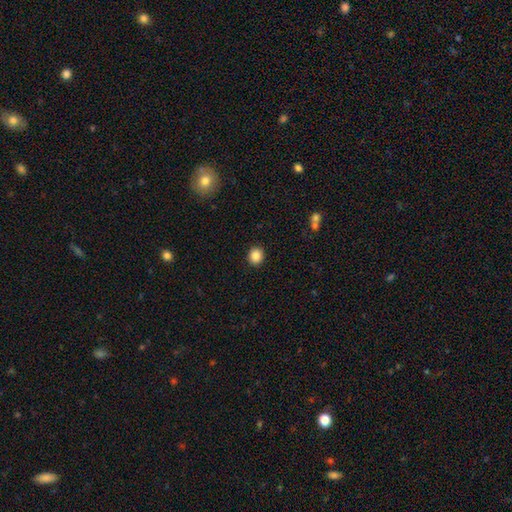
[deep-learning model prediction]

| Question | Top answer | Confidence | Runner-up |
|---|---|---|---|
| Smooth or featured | smooth | 88% | star or artifact (9%) |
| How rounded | round | 80% | in between (19%) |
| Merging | none | 91% | minor disturbance (6%) |